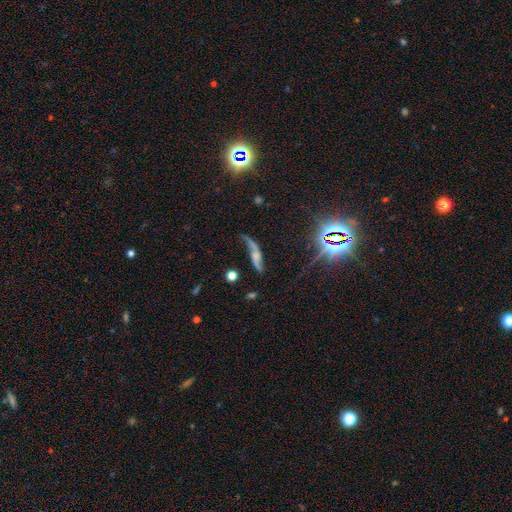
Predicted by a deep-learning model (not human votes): This appears to be a featured or disk galaxy (67%) with no bar (64%), spiral arms (87%) and a small central bulge (37%). Merging: none (49%).